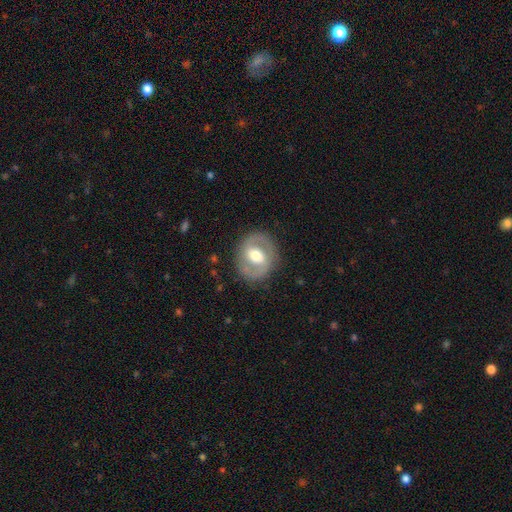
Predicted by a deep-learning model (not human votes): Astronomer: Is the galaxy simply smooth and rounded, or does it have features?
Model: featured or disk — 64%.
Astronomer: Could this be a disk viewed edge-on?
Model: no — 96%.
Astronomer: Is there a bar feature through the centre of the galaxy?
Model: weak — 41% (runner-up: no, 35%).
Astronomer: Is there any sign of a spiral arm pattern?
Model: yes — 56% (runner-up: no, 44%).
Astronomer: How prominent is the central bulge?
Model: moderate — 66%.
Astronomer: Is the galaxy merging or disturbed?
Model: none — 83%.